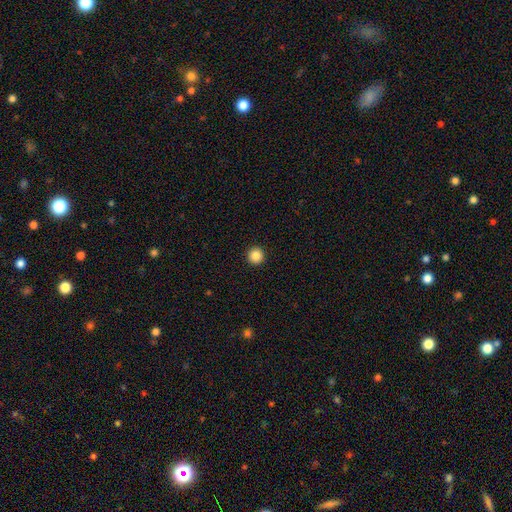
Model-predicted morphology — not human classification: A smooth galaxy with no disk features (87%) that is round (96%).

Vote fractions:
- Smooth or featured? smooth: 87% / star or artifact: 10% / featured or disk: 3%
- How rounded? round: 96% / in between: 3% / cigar-shaped: 1%
- Merging? none: 94% / minor disturbance: 4% / major disturbance: 1% / merger: 1%